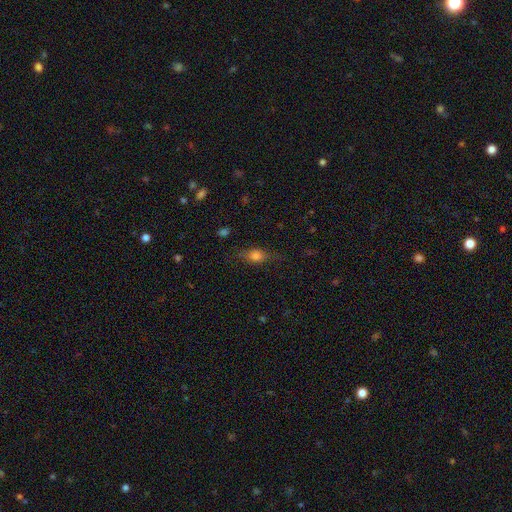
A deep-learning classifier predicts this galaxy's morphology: Smooth or featured? Predicted: smooth (p=0.65). How rounded? Predicted: in between (p=0.67). Merging? Predicted: none (p=0.70).